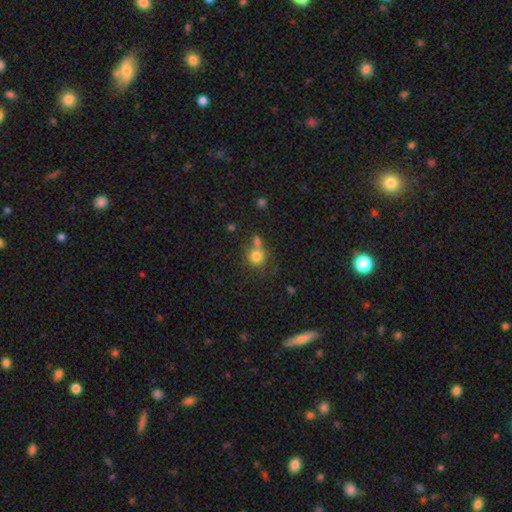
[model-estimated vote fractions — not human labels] Morphology: type=smooth (79%); roundness=round (84%); merging=none (50%).